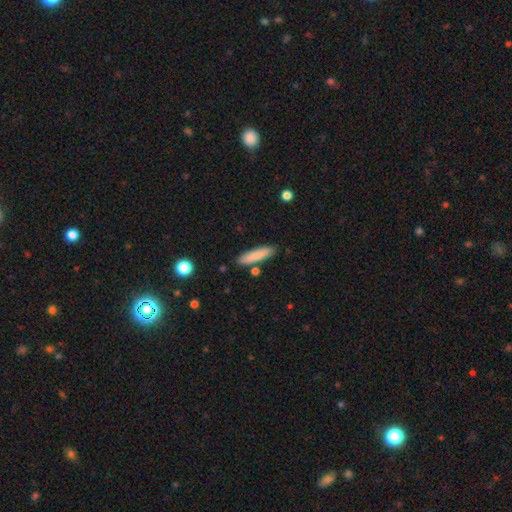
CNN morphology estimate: Overall: smooth (82%). How rounded: cigar-shaped (82%). Merging: none (85%).